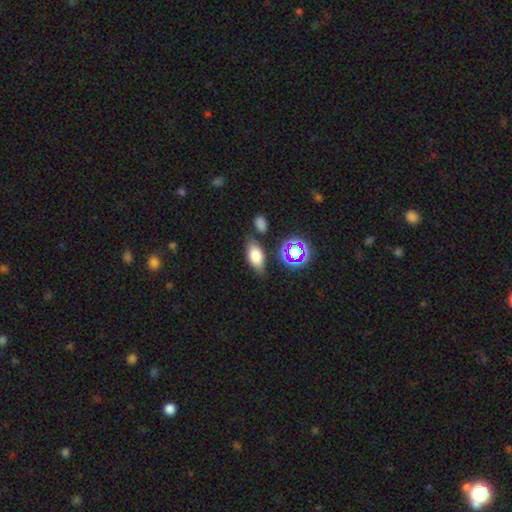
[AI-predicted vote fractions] The model was most divided on "smooth or featured": smooth: 70%, featured or disk: 16%, star or artifact: 14%. More confident: how rounded — in between (85%); merging — none (72%).